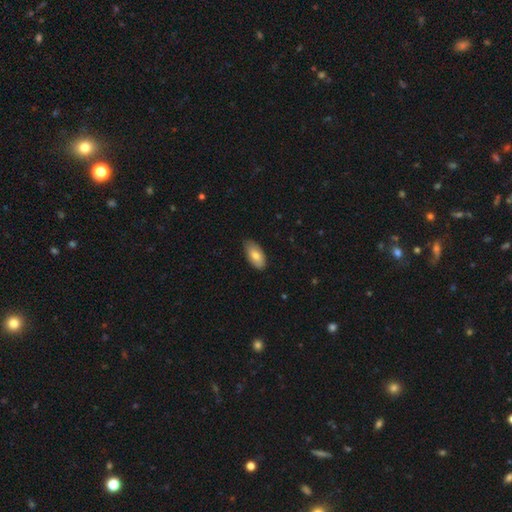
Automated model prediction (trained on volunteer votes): This appears to be a smooth galaxy with no disk features (76%) that is in between round and cigar-shaped (93%). Merging: none (79%).